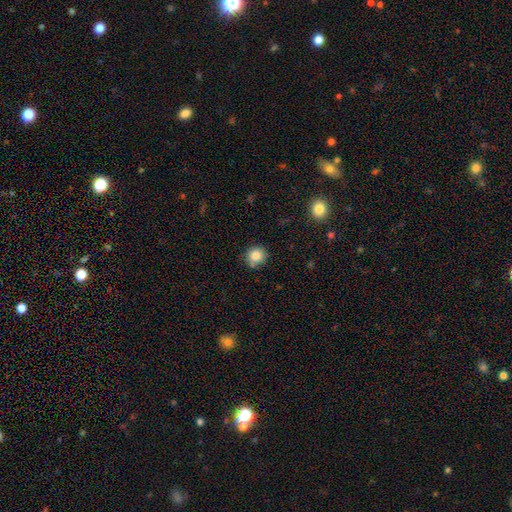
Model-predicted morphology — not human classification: The model was most divided on "merging": none: 82%, minor disturbance: 12%, merger: 4%, major disturbance: 2%. More confident: how rounded — round (91%); smooth or featured — smooth (83%).